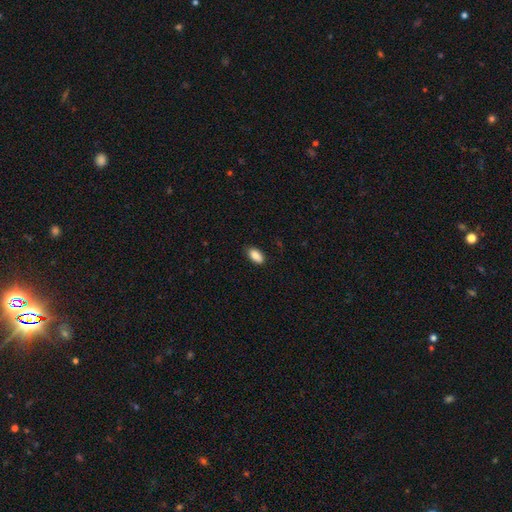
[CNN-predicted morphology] This appears to be a smooth galaxy with no disk features (88%) that is in between round and cigar-shaped (91%). Merging: none (82%).